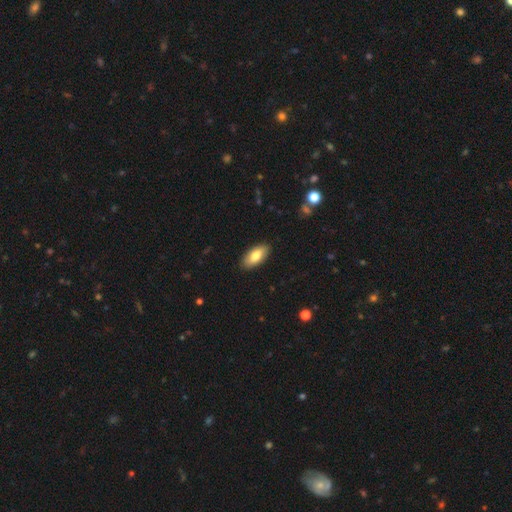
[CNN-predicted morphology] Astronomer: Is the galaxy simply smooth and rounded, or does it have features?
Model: smooth — 79%.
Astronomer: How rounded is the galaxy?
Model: in between — 88%.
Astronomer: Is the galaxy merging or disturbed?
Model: none — 89%.